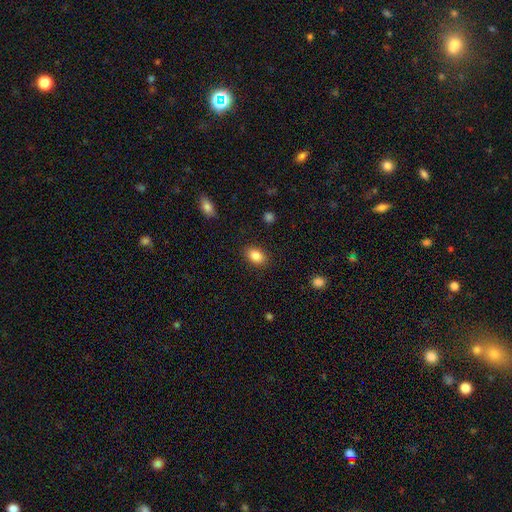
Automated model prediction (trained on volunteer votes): Smooth or featured? smooth (88%)
How rounded? in between (82%)
Merging? none (87%)